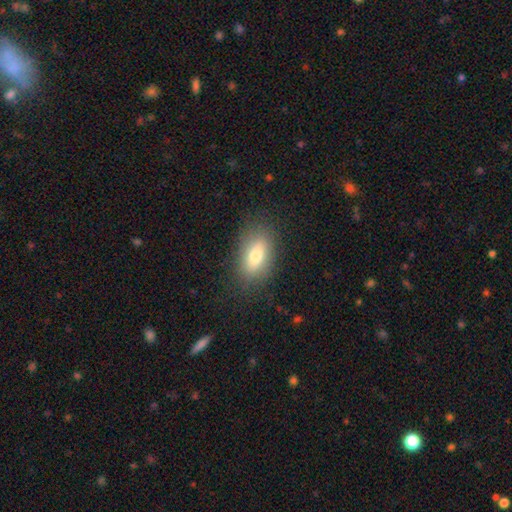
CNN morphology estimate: Smooth or featured? Predicted: smooth (p=0.76). How rounded? Predicted: in between (p=0.85). Merging? Predicted: none (p=0.83).